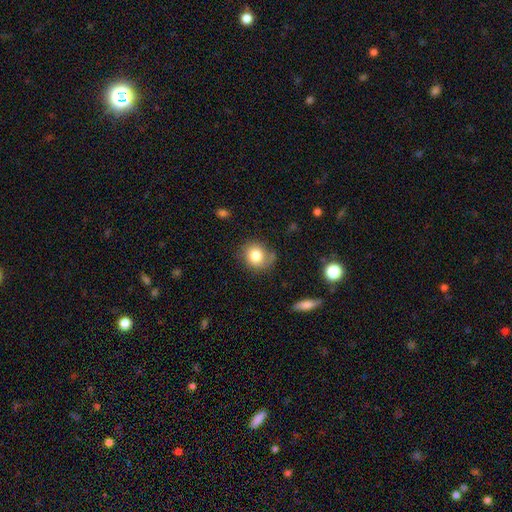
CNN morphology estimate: Smooth or featured: smooth — 78% (featured or disk — 13%)
How rounded: round — 78% (in between — 21%)
Merging: none — 67% (minor disturbance — 22%)